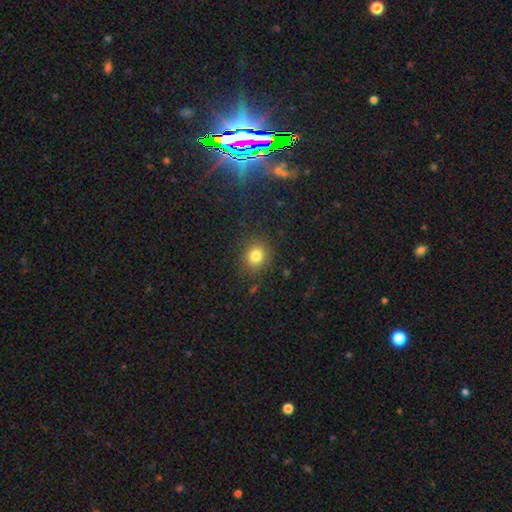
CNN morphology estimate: A smooth galaxy with no disk features (80%) that is round (80%). Merging: none (86%).